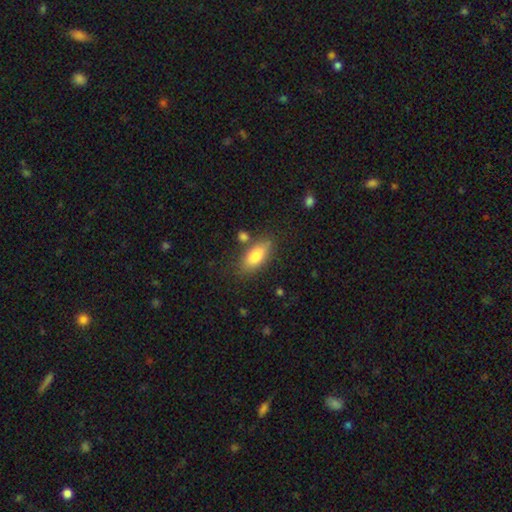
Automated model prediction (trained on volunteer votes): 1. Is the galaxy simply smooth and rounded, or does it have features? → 80% smooth, 13% featured or disk, 7% star or artifact.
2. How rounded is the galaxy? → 82% in between, 15% cigar-shaped, 3% round.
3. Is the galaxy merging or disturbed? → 74% none, 15% minor disturbance, 7% merger, 4% major disturbance.